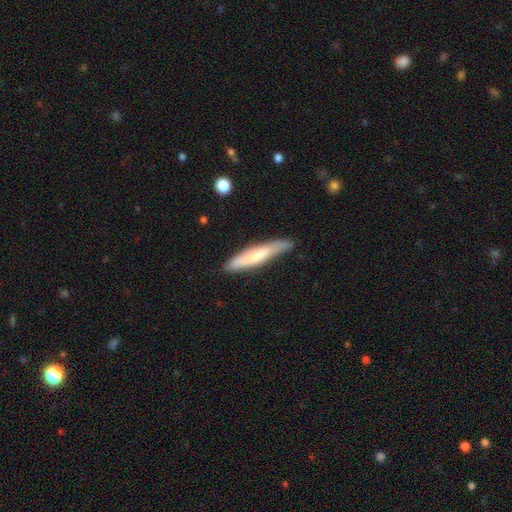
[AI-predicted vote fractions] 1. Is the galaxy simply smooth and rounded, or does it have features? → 64% smooth, 30% featured or disk, 6% star or artifact.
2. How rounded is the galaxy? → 88% cigar-shaped, 10% in between, 1% round.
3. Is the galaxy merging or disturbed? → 76% none, 19% minor disturbance, 3% major disturbance, 2% merger.